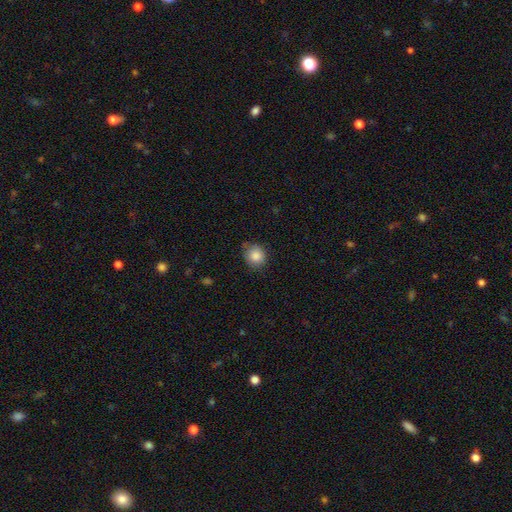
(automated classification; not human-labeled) Overall: smooth (86%). How rounded: round (79%). Merging: none (75%).